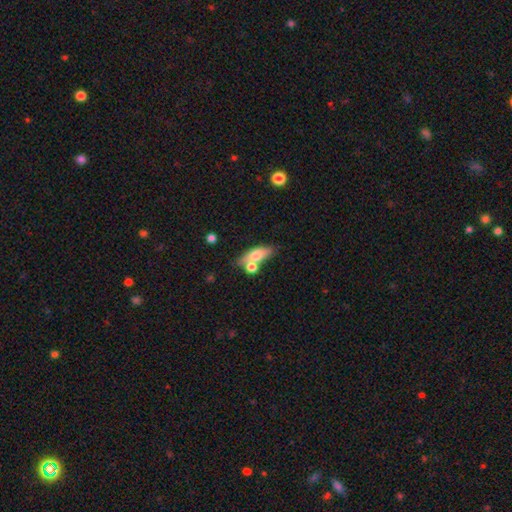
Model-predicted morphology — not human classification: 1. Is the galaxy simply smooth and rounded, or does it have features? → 65% smooth, 27% featured or disk, 8% star or artifact.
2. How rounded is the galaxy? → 67% in between, 26% cigar-shaped, 7% round.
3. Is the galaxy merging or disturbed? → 53% none, 27% merger, 15% minor disturbance, 6% major disturbance.